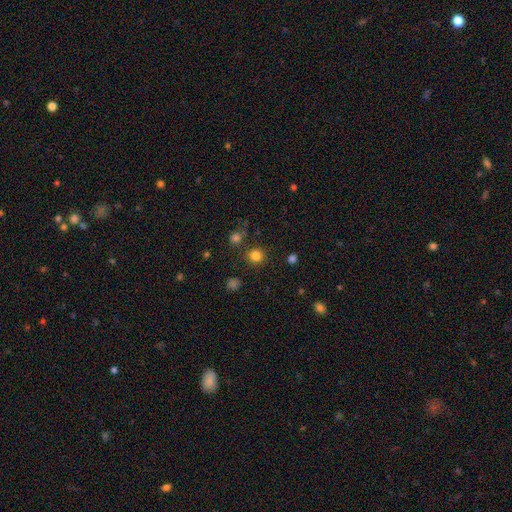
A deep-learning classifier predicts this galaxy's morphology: Overall: smooth (81%). How rounded: round (90%). Merging: none (84%).